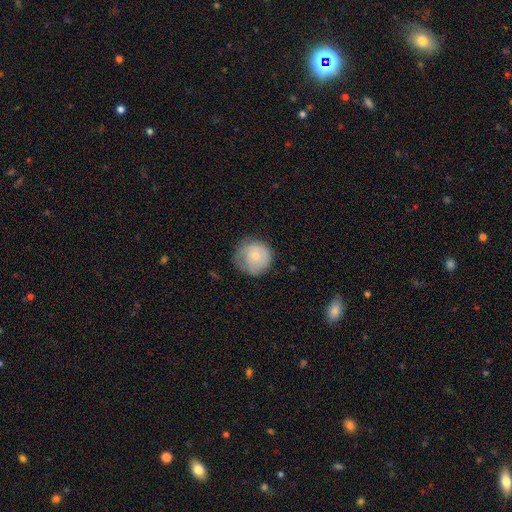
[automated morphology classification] A smooth galaxy with no disk features (67%) that is round (91%).

Vote fractions:
- Smooth or featured? smooth: 67% / featured or disk: 26% / star or artifact: 7%
- How rounded? round: 91% / in between: 8% / cigar-shaped: 1%
- Merging? none: 61% / minor disturbance: 27% / major disturbance: 11% / merger: 1%